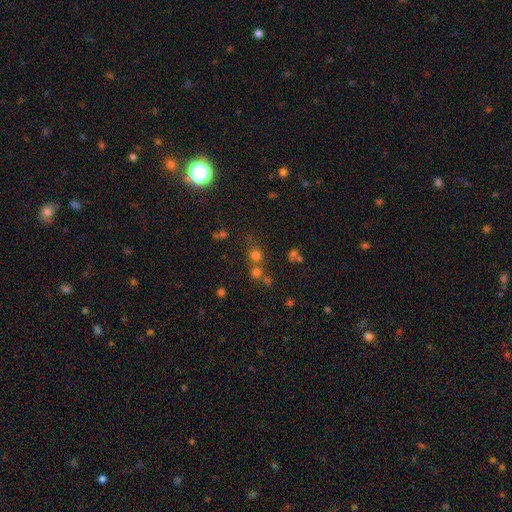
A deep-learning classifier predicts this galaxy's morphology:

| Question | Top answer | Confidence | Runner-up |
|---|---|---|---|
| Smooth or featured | smooth | 68% | star or artifact (24%) |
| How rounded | round | 88% | in between (11%) |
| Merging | none | 64% | merger (25%) |